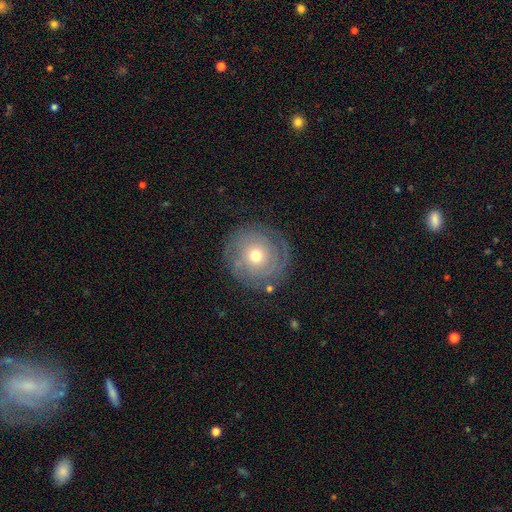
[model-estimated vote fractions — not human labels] This appears to be a featured or disk galaxy (56%) with no bar (85%), spiral arms (69%) and a moderate central bulge (64%). Merging: none (80%).